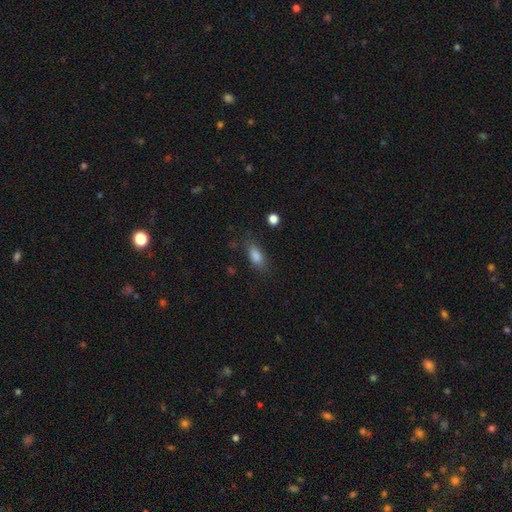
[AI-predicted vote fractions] Smooth or featured?
  - smooth: 82% *
  - star or artifact: 9%
  - featured or disk: 8%
How rounded?
  - in between: 79% *
  - cigar-shaped: 16%
  - round: 5%
Merging?
  - none: 77% *
  - minor disturbance: 16%
  - major disturbance: 5%
  - merger: 2%